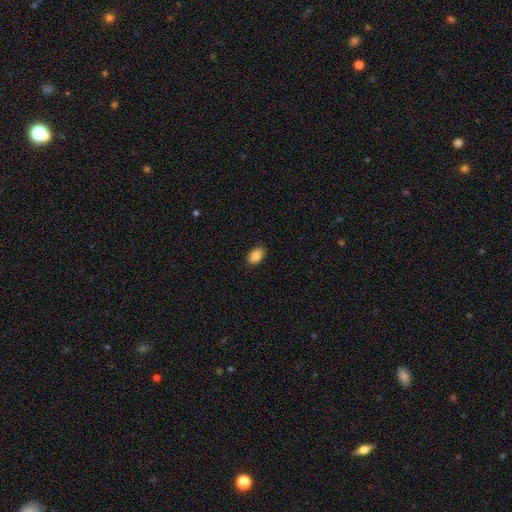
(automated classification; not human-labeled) Overall: smooth (86%). How rounded: in between (87%). Merging: none (89%).